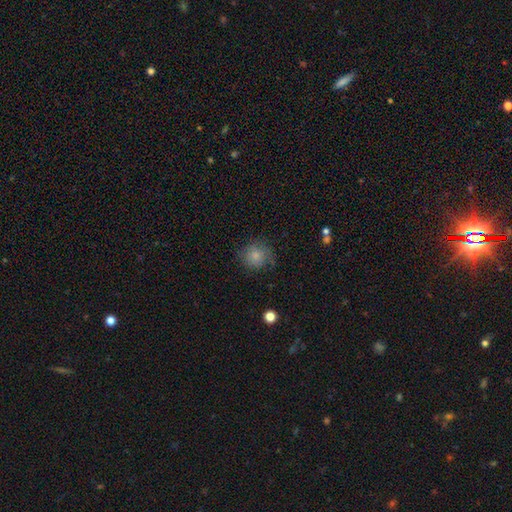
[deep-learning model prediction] A smooth galaxy with no disk features (79%) that is round (88%).

Vote fractions:
- Smooth or featured? smooth: 79% / featured or disk: 11% / star or artifact: 10%
- How rounded? round: 88% / in between: 11% / cigar-shaped: 1%
- Merging? none: 72% / minor disturbance: 20% / major disturbance: 7% / merger: 1%